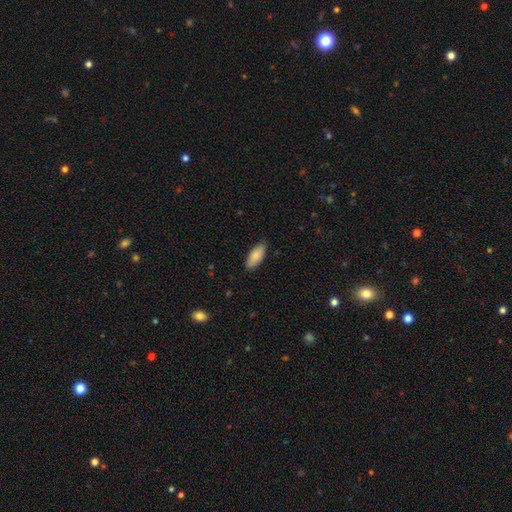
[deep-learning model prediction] This is clearly a smooth galaxy (84%). How rounded: clearly in between (84%). Merging: clearly none (86%).